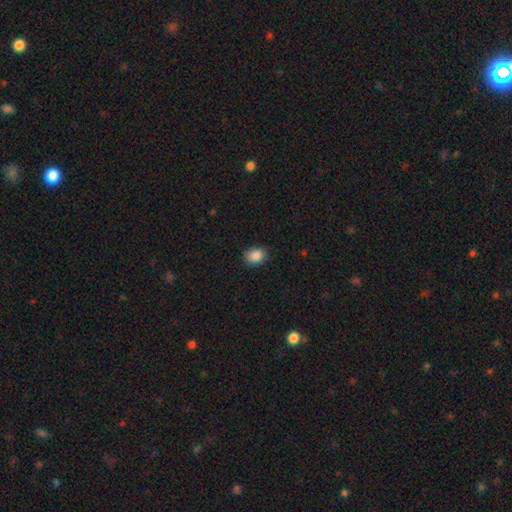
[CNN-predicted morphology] type=smooth (87%); roundness=in between (59%); merging=none (85%).